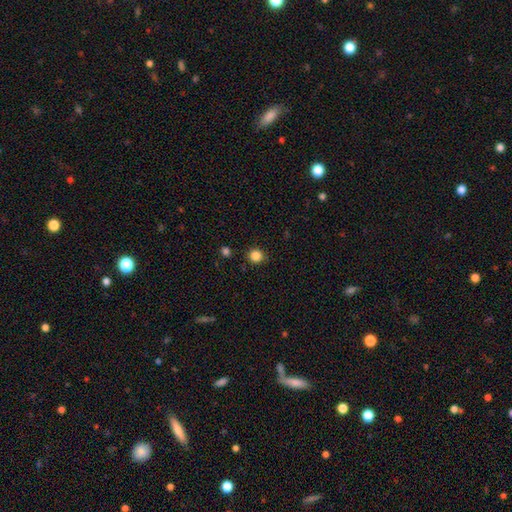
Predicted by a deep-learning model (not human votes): Overall: smooth (85%). How rounded: round (93%). Merging: none (90%).